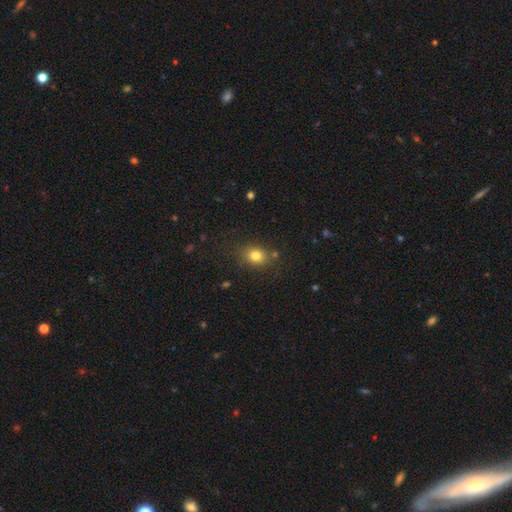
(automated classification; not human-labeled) A smooth galaxy with no disk features (79%) that is round (52%). Merging: none (78%).